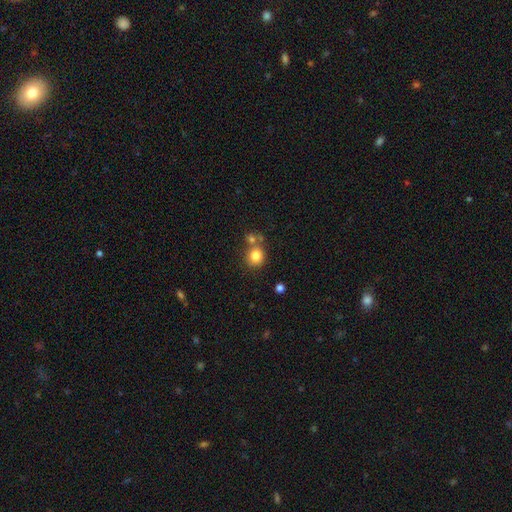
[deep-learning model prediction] A smooth galaxy with no disk features (82%) that is round (83%). Merging: none (63%).